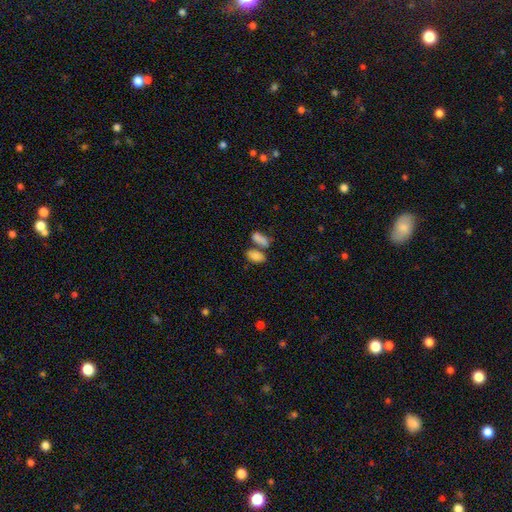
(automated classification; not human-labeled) smooth 82%, featured or disk 10%, star or artifact 8%. Down the decision tree: how rounded — in between (89%); merging — none (46%).